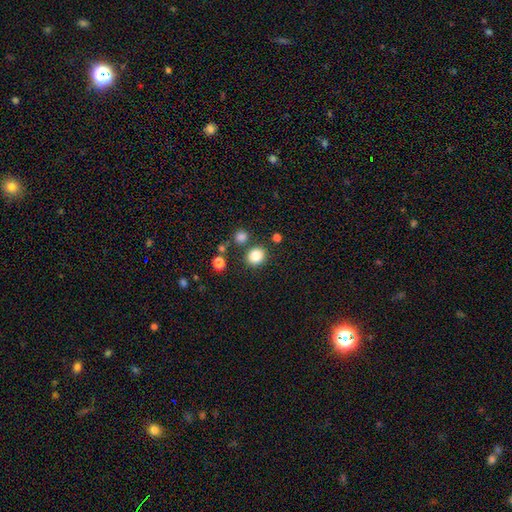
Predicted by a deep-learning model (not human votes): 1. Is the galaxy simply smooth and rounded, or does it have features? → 84% smooth, 11% star or artifact, 5% featured or disk.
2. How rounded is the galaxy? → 76% round, 23% in between, 1% cigar-shaped.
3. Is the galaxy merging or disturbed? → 82% none, 8% minor disturbance, 7% merger, 3% major disturbance.